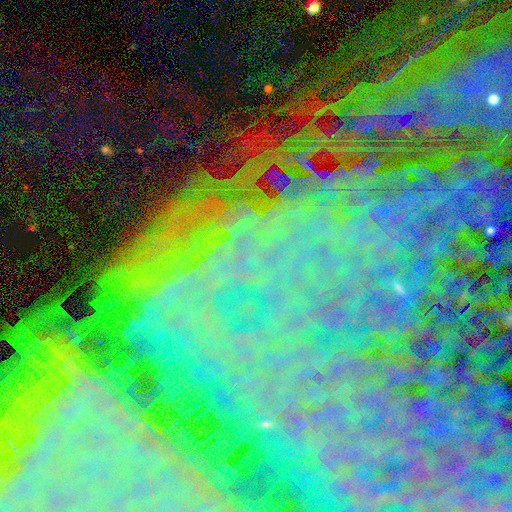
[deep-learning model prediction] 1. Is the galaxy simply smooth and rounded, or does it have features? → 79% star or artifact, 14% featured or disk, 8% smooth.